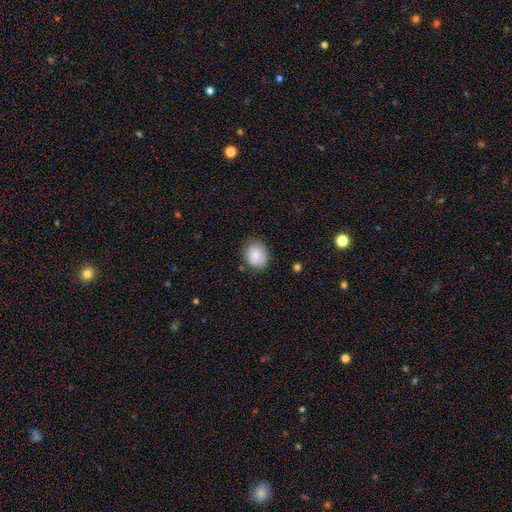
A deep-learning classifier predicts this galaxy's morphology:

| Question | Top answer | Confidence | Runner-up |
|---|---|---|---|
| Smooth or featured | smooth | 83% | featured or disk (9%) |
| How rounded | round | 54% | in between (45%) |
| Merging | none | 78% | minor disturbance (17%) |